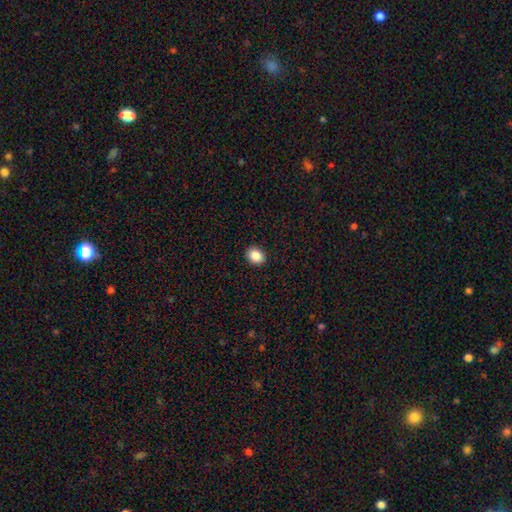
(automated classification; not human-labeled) The model was most divided on "how rounded": in between: 52%, round: 47%, cigar-shaped: 1%. More confident: merging — none (91%); smooth or featured — smooth (88%).